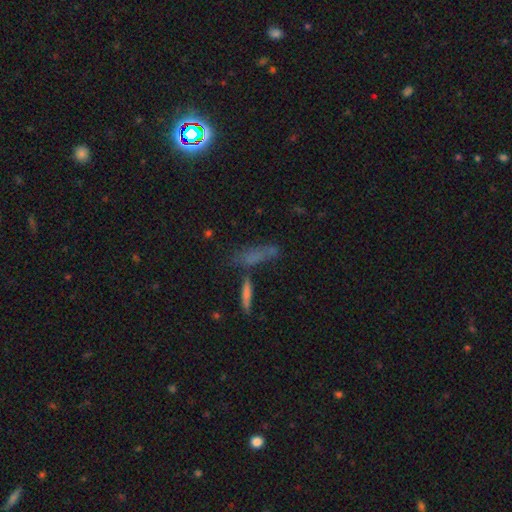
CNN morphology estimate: smooth-or-featured: smooth: 47% | star or artifact: 31% | featured or disk: 22%
  merging: none: 53% | merger: 23% | minor disturbance: 15% | major disturbance: 10%